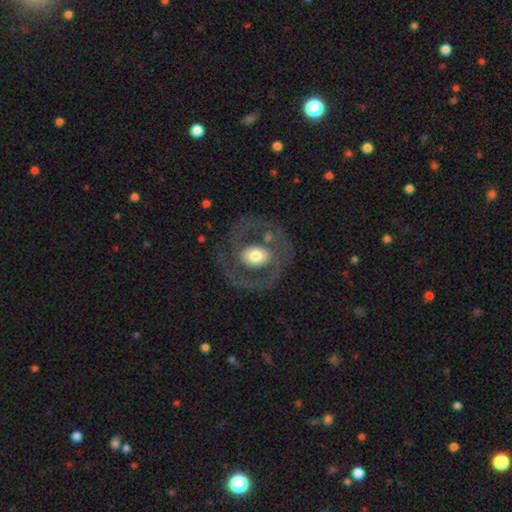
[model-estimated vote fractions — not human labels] The model was most divided on "spiral arms": no: 59%, yes: 41%. More confident: edge-on disk — no (96%); merging — none (73%); bar — no (68%); smooth or featured — featured or disk (65%); bulge size — moderate (55%).